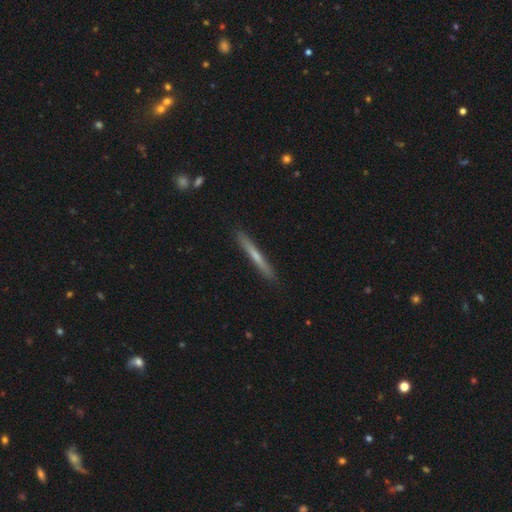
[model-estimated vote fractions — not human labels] A smooth galaxy with no disk features (50%) that is cigar-shaped (96%). Merging: none (90%).